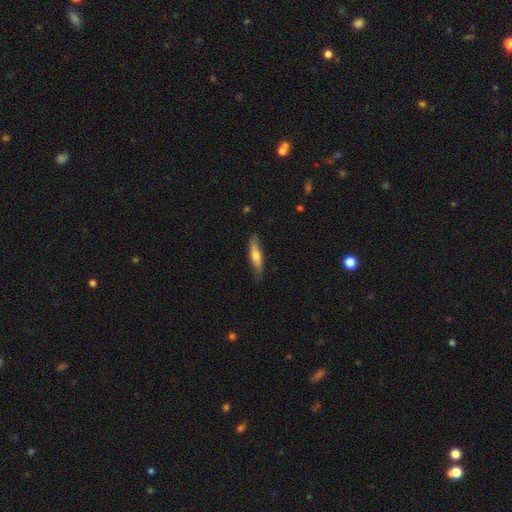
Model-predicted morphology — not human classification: smooth_or_featured: smooth (p=0.58) [alt: featured or disk p=0.37]
how_rounded: cigar-shaped (p=0.72) [alt: in between p=0.26]
merging: none (p=0.79) [alt: minor disturbance p=0.17]